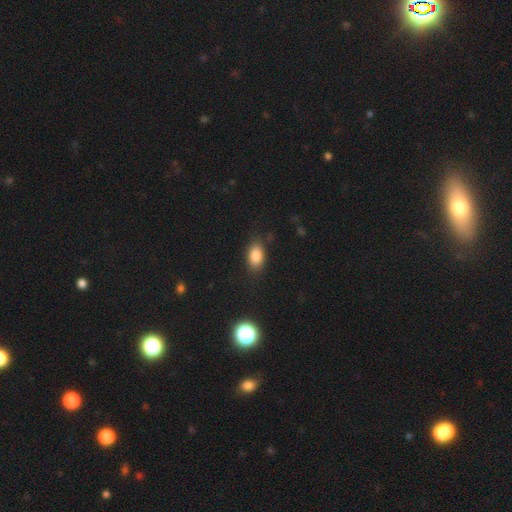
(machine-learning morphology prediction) Smooth or featured? smooth (84%)
How rounded? in between (88%)
Merging? none (82%)